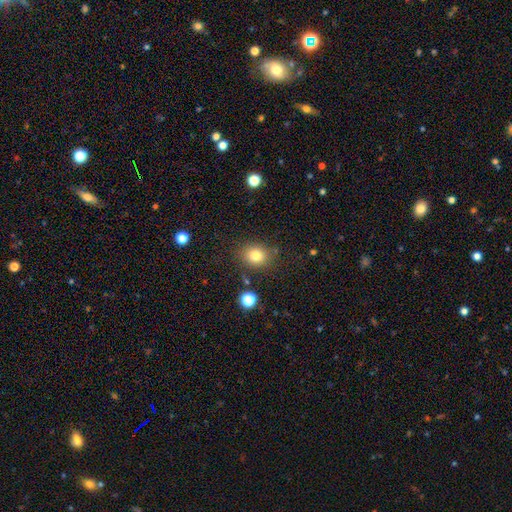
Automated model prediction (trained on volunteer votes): A smooth galaxy with no disk features (80%) that is round (66%).

Vote fractions:
- Smooth or featured? smooth: 80% / star or artifact: 12% / featured or disk: 8%
- How rounded? round: 66% / in between: 33% / cigar-shaped: 1%
- Merging? none: 81% / minor disturbance: 11% / major disturbance: 4% / merger: 4%